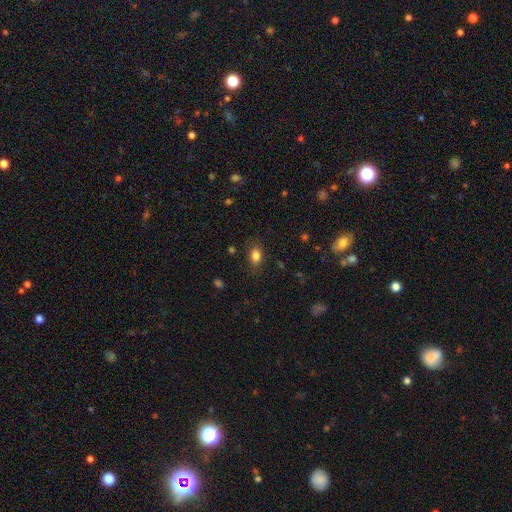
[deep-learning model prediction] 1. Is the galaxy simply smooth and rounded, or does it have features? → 83% smooth, 11% star or artifact, 7% featured or disk.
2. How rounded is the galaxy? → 73% in between, 25% round, 2% cigar-shaped.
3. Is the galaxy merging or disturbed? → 80% none, 14% minor disturbance, 4% major disturbance, 1% merger.